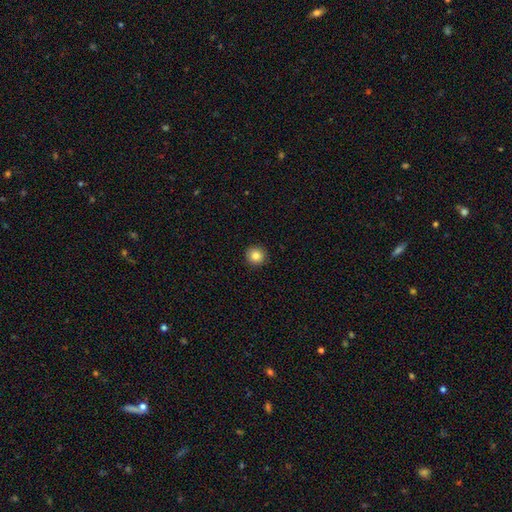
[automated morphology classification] smooth-or-featured: smooth: 84% | star or artifact: 10% | featured or disk: 6%
  how-rounded: round: 95% | in between: 4% | cigar-shaped: 1%
  merging: none: 93% | minor disturbance: 5% | major disturbance: 1% | merger: 1%